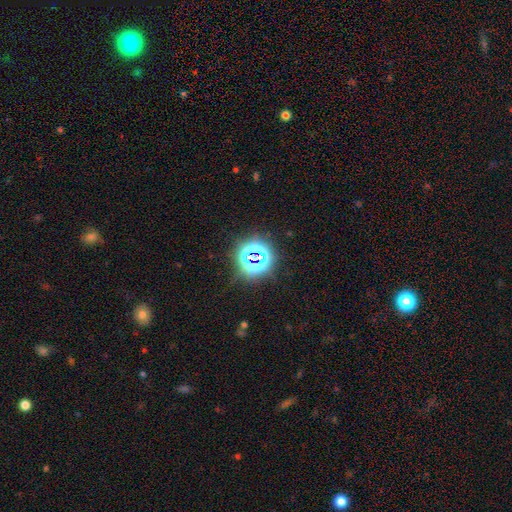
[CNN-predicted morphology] Smooth or featured?
  - star or artifact: 74% *
  - smooth: 17%
  - featured or disk: 9%